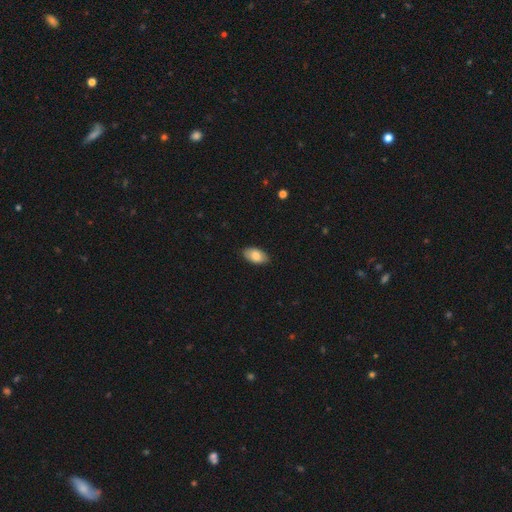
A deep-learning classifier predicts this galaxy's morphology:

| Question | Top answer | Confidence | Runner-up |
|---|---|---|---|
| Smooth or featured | smooth | 83% | featured or disk (11%) |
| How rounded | in between | 95% | round (4%) |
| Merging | none | 87% | minor disturbance (10%) |